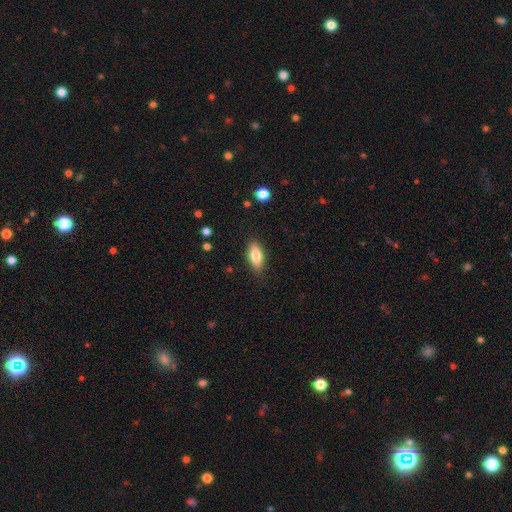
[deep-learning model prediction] smooth 78%, featured or disk 15%, star or artifact 7%. Down the decision tree: how rounded — in between (79%); merging — none (85%).